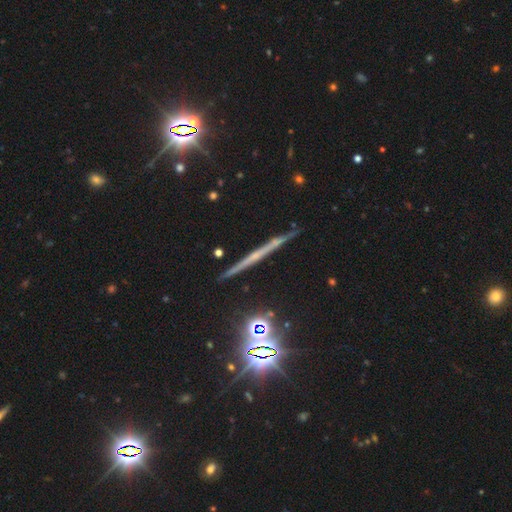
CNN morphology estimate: This is possibly a featured or disk galaxy (56%). It is clearly viewed edge-on (97%). Edge-on bulge: likely none (69%). Merging: clearly none (89%).